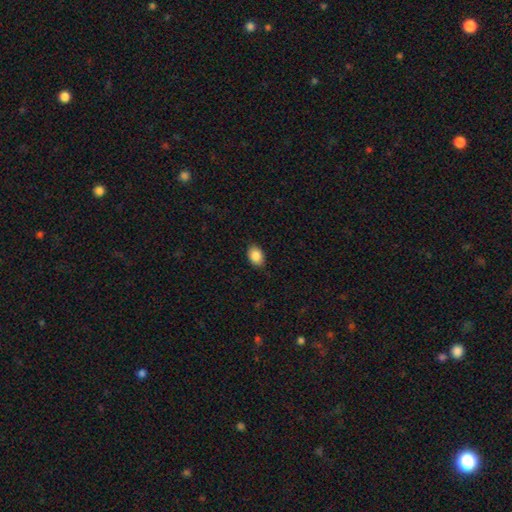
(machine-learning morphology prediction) This appears to be a smooth galaxy with no disk features (88%) that is in between round and cigar-shaped (79%). Merging: none (85%).